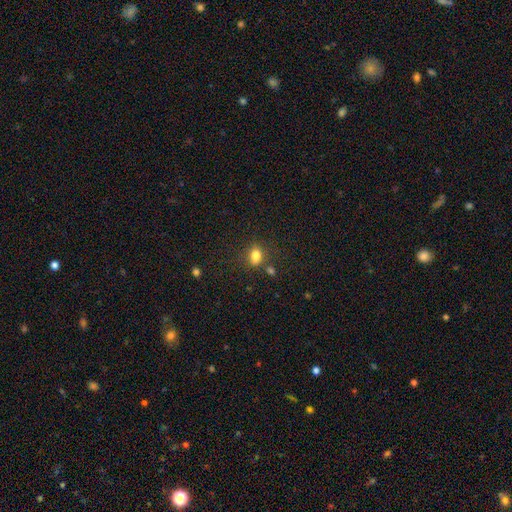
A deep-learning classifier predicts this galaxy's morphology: Smooth or featured? Predicted: smooth (p=0.80). How rounded? Predicted: in between (p=0.67). Merging? Predicted: none (p=0.70).